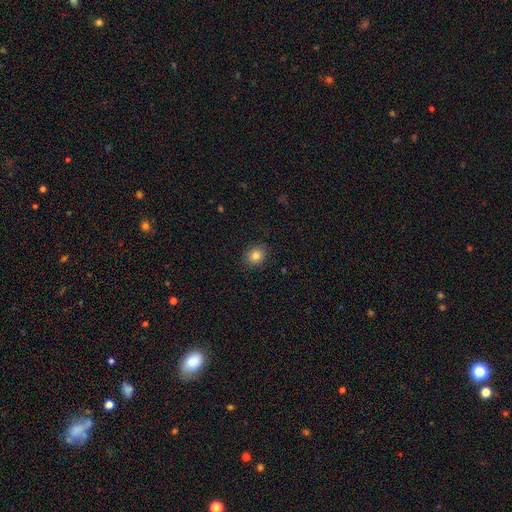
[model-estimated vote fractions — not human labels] Morphology: type=smooth (82%); roundness=round (66%); merging=none (89%).